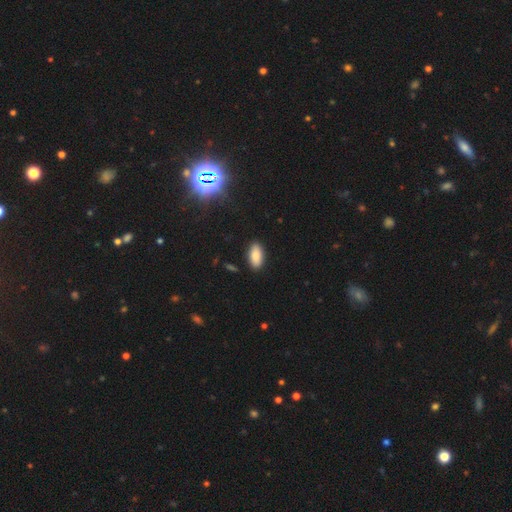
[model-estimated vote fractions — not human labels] smooth 85%, star or artifact 8%, featured or disk 7%. Down the decision tree: how rounded — in between (91%); merging — none (88%).